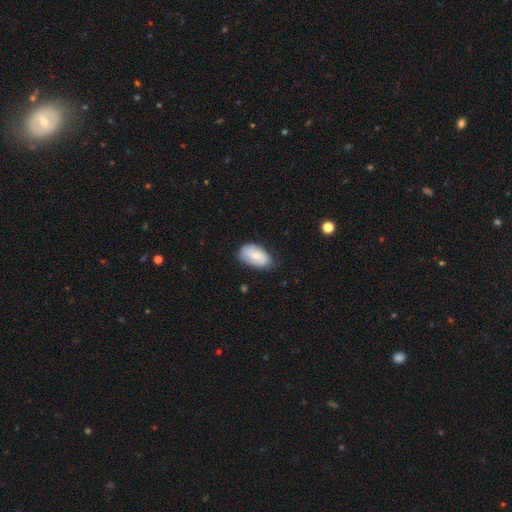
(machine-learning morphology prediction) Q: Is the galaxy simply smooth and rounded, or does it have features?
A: smooth — 59%.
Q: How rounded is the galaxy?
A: in between — 92%.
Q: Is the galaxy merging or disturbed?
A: none — 66%.